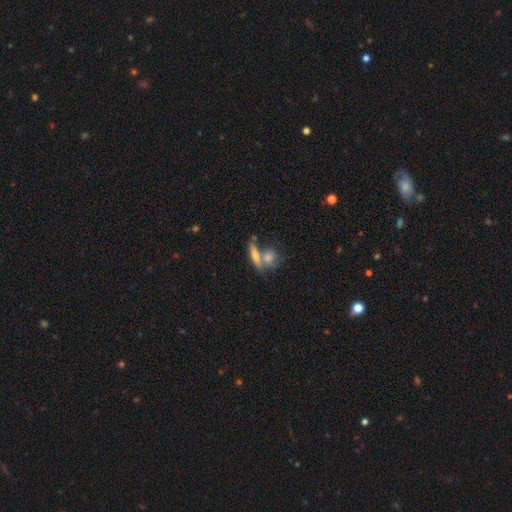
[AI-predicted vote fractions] The model was most divided on "merging": none: 48%, merger: 39%, minor disturbance: 10%, major disturbance: 4%. More confident: smooth or featured — smooth (61%); how rounded — cigar-shaped (53%).